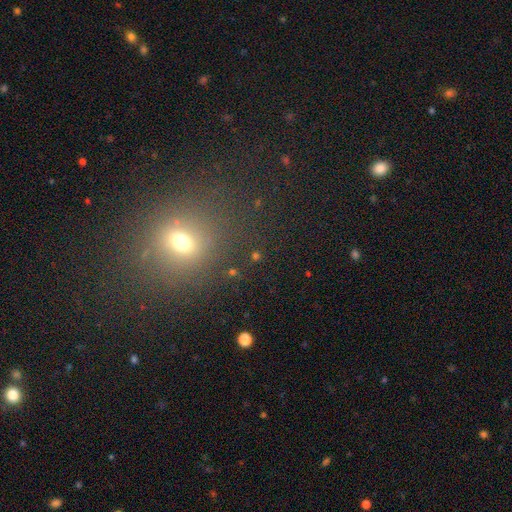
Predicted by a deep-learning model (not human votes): Smooth or featured? smooth (49%)
Merging? none (81%)